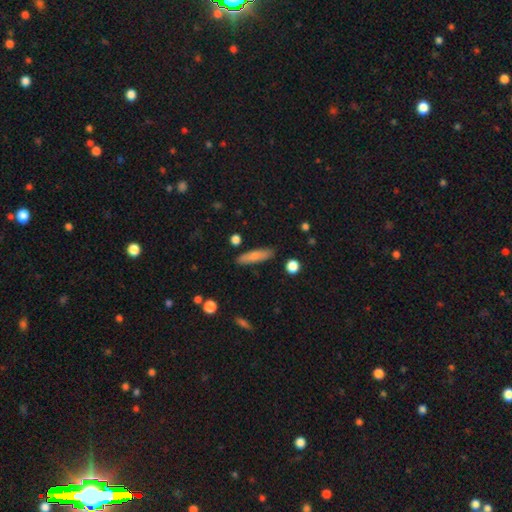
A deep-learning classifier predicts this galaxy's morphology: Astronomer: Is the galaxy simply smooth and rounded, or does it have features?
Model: smooth — 76%.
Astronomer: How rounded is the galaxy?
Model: cigar-shaped — 73%.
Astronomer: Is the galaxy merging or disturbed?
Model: none — 87%.